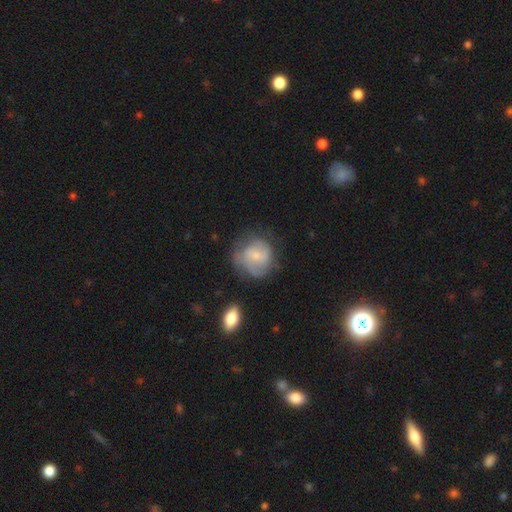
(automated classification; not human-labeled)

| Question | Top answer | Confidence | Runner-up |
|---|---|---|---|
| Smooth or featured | featured or disk | 46% | tied: smooth (46%) |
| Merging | none | 54% | minor disturbance (26%) |